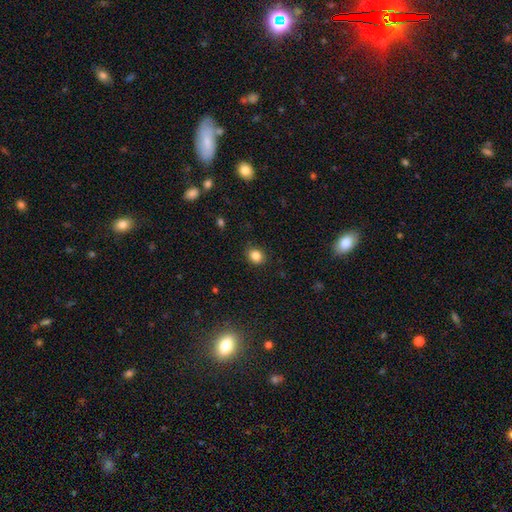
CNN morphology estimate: Smooth or featured?
  - smooth: 84% *
  - star or artifact: 11%
  - featured or disk: 5%
How rounded?
  - round: 62% *
  - in between: 37%
  - cigar-shaped: 1%
Merging?
  - none: 87% *
  - minor disturbance: 10%
  - major disturbance: 2%
  - merger: 1%